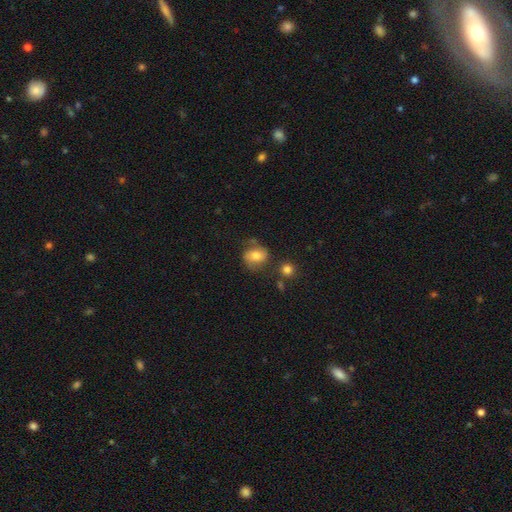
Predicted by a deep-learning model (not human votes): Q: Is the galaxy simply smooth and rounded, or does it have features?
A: smooth — 59%.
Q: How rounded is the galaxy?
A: round — 56%.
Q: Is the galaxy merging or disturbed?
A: none — 60%.